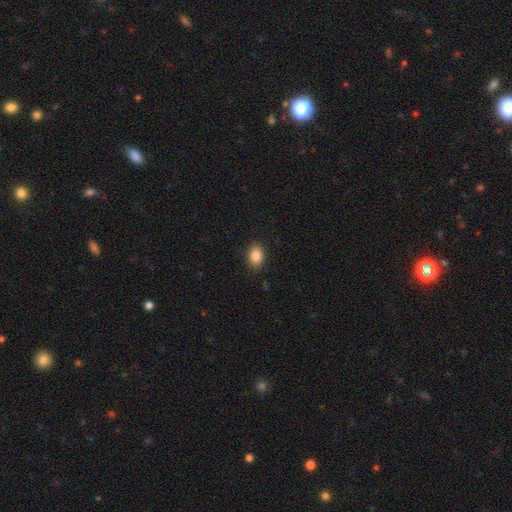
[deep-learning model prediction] The model was most divided on "how rounded": in between: 80%, round: 19%, cigar-shaped: 1%. More confident: merging — none (88%); smooth or featured — smooth (87%).